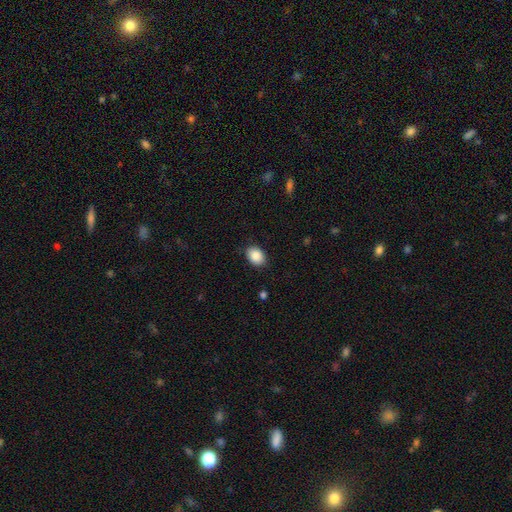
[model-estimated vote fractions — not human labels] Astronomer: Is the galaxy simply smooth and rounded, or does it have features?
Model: smooth — 89%.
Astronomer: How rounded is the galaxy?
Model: in between — 72%.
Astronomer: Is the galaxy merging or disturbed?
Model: none — 86%.